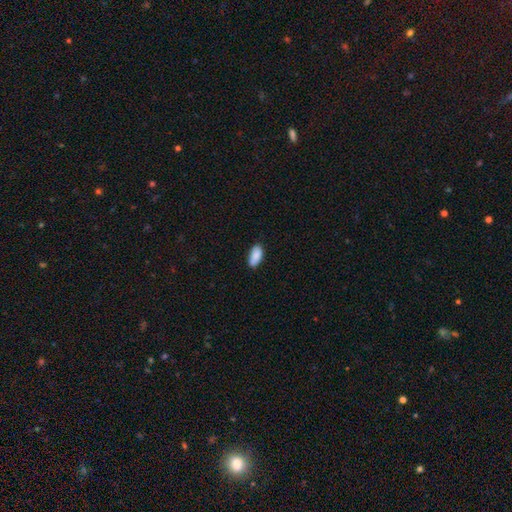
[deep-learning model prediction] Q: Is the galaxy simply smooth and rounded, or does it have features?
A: smooth — 87%.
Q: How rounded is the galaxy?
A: in between — 91%.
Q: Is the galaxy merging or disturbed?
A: none — 78%.